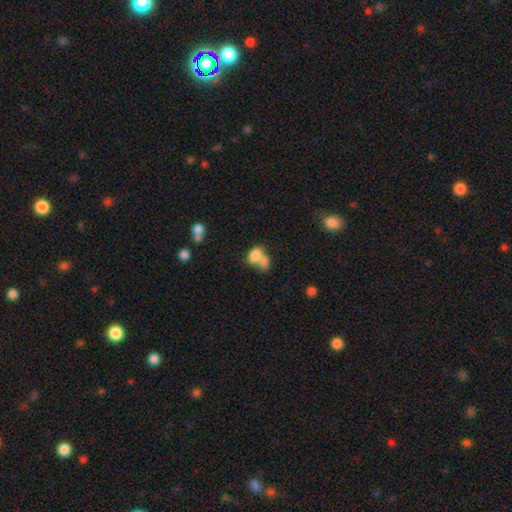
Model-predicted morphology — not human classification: This is likely a smooth galaxy (77%). How rounded: clearly in between (85%). Merging: likely merger (64%).